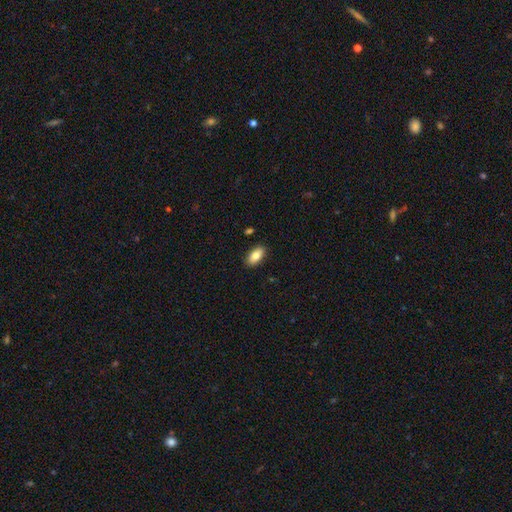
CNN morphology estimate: A smooth galaxy with no disk features (83%) that is in between round and cigar-shaped (91%). Merging: none (88%).